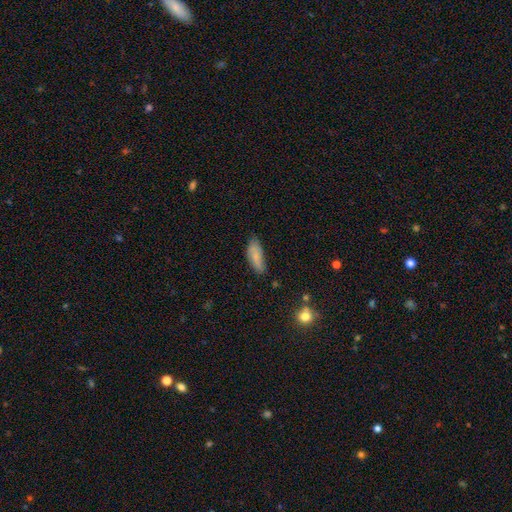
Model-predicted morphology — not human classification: smooth_or_featured: smooth (p=0.79) [alt: featured or disk p=0.13]
how_rounded: in between (p=0.72) [alt: cigar-shaped p=0.26]
merging: none (p=0.63) [alt: minor disturbance p=0.28]